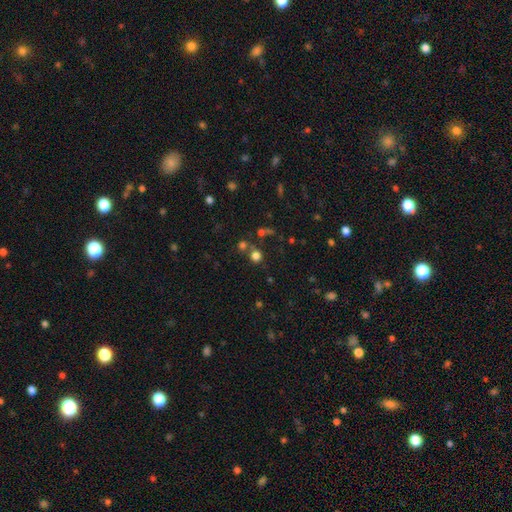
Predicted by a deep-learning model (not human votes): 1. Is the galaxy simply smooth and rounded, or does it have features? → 72% smooth, 22% star or artifact, 7% featured or disk.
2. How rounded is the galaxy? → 88% round, 11% in between, 1% cigar-shaped.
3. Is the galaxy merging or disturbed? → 67% none, 21% merger, 8% minor disturbance, 4% major disturbance.